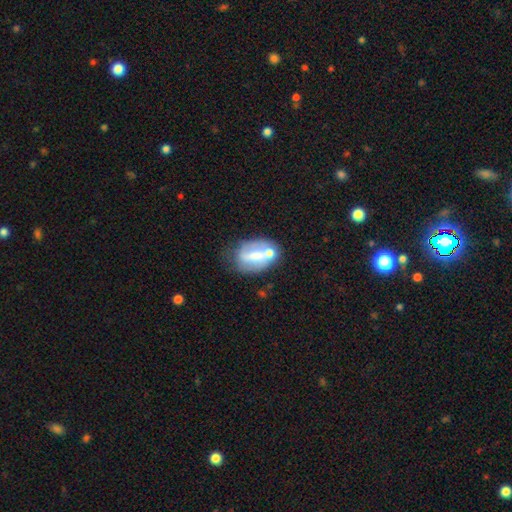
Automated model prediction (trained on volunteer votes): smooth_or_featured: smooth (p=0.46) [tied with: featured or disk p=0.46]
merging: none (p=0.43) [alt: merger p=0.23]